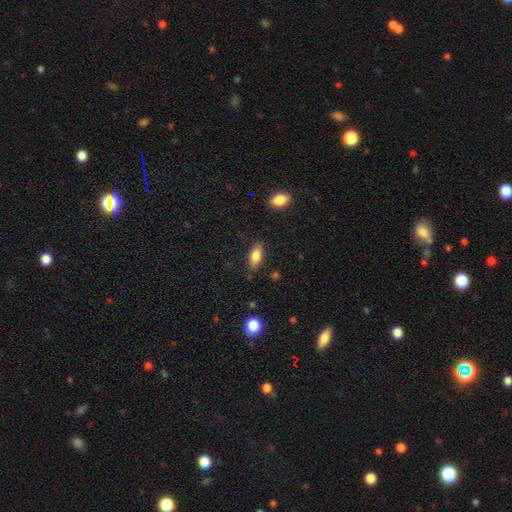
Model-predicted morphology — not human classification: A smooth galaxy with no disk features (77%) that is in between round and cigar-shaped (83%).

Vote fractions:
- Smooth or featured? smooth: 77% / featured or disk: 15% / star or artifact: 8%
- How rounded? in between: 83% / cigar-shaped: 12% / round: 4%
- Merging? none: 80% / minor disturbance: 15% / major disturbance: 3% / merger: 2%